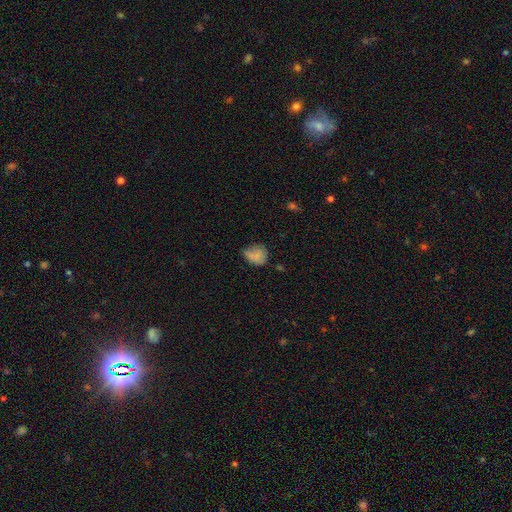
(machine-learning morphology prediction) Overall: smooth (76%). How rounded: in between (50%; round 48%). Merging: none (44%; minor disturbance 38%).